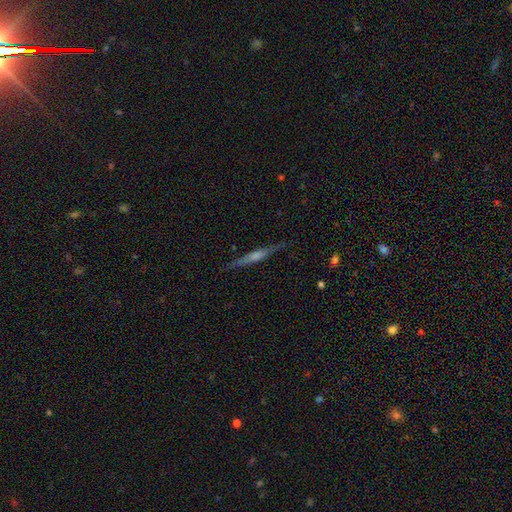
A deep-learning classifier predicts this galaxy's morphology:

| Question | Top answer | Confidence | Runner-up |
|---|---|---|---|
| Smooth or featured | featured or disk | 72% | smooth (21%) |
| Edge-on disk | yes | 98% | no (2%) |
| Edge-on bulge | rounded | 64% | none (19%) |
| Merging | none | 89% | minor disturbance (8%) |